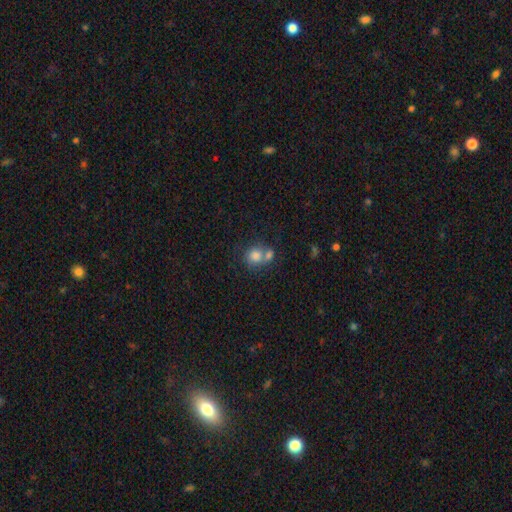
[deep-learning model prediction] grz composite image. It shows a smooth galaxy with no disk features (79%) that is round (75%). Merging: merger (50%).